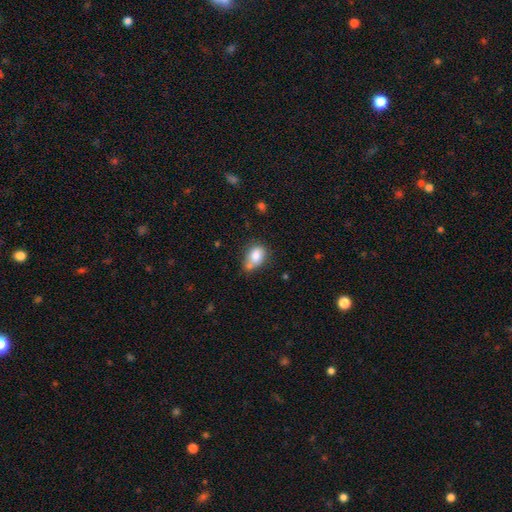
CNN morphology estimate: smooth-or-featured: smooth: 79% | featured or disk: 13% | star or artifact: 9%
  how-rounded: in between: 78% | round: 21% | cigar-shaped: 2%
  merging: none: 38% | minor disturbance: 28% | merger: 25% | major disturbance: 9%